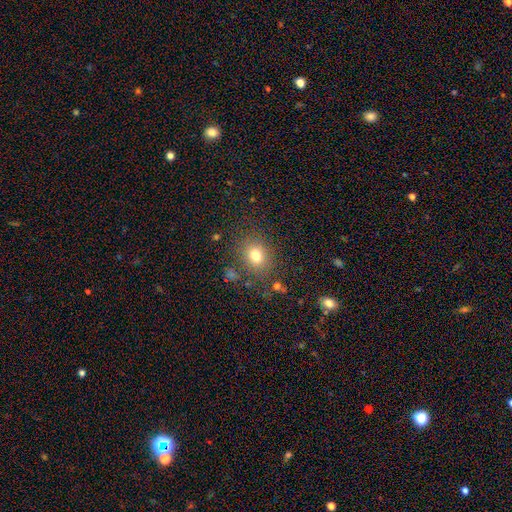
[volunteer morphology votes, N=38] Q: Smooth or featured?
A: smooth (87%); runner-up: star or artifact (8%)
Q: How rounded?
A: round (64%); runner-up: in between (36%)
Q: Merging?
A: none (77%); runner-up: merger (11%)